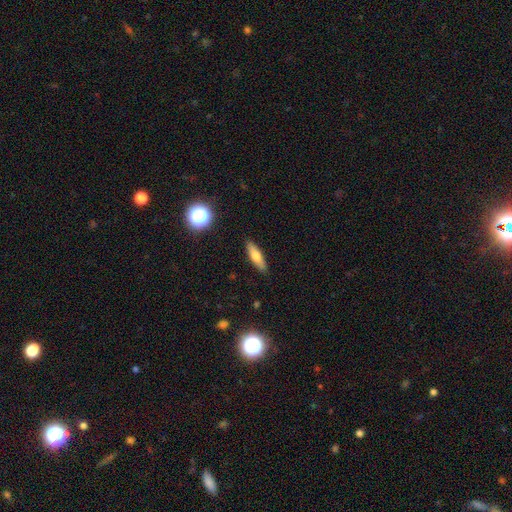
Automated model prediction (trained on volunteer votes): This appears to be a smooth galaxy with no disk features (64%) that is cigar-shaped (61%). Merging: none (89%).